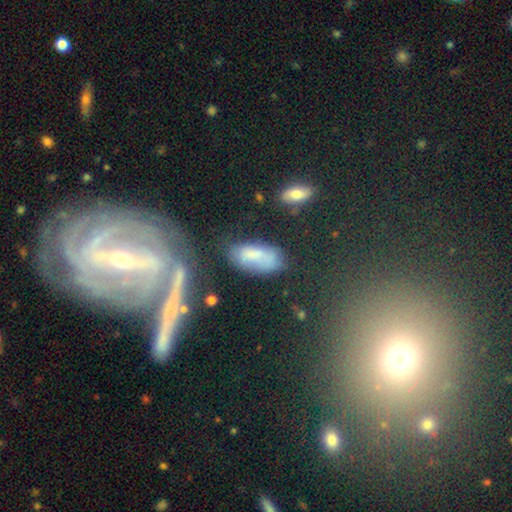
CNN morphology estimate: A smooth galaxy with no disk features (63%) that is in between round and cigar-shaped (86%). Merging: none (51%).